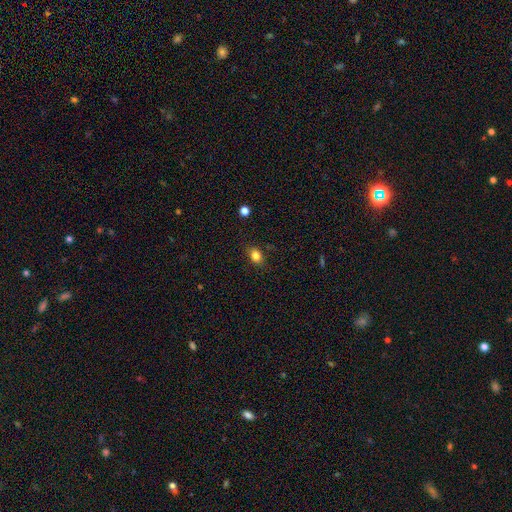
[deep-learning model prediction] Smooth or featured: smooth — 82% (star or artifact — 11%)
How rounded: in between — 66% (round — 32%)
Merging: none — 84% (minor disturbance — 12%)